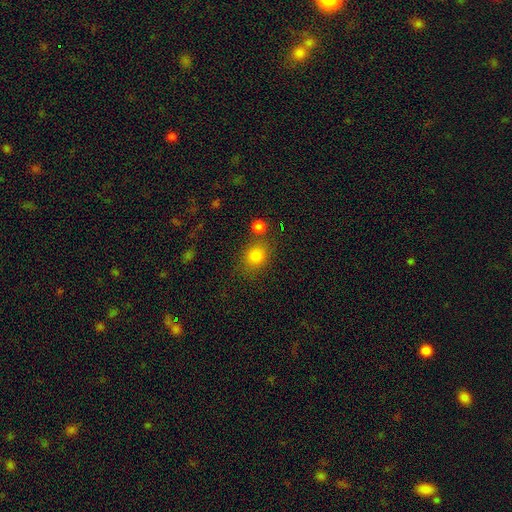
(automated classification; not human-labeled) The model was most divided on "how rounded": round: 65%, in between: 34%, cigar-shaped: 1%. More confident: smooth or featured — smooth (80%); merging — none (68%).